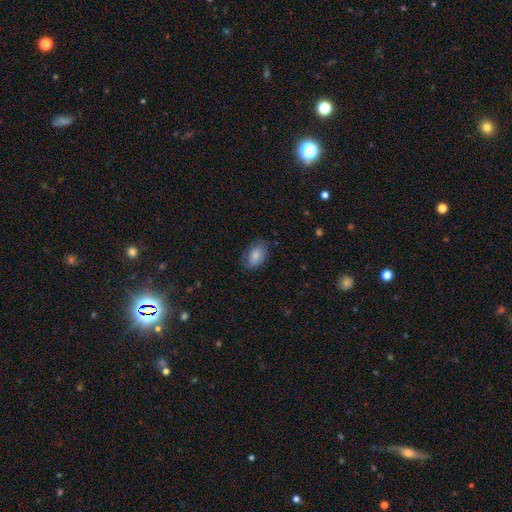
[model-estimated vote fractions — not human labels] smooth-or-featured: smooth: 82% | featured or disk: 11% | star or artifact: 7%
  how-rounded: in between: 89% | round: 9% | cigar-shaped: 1%
  merging: none: 75% | minor disturbance: 19% | major disturbance: 5% | merger: 1%